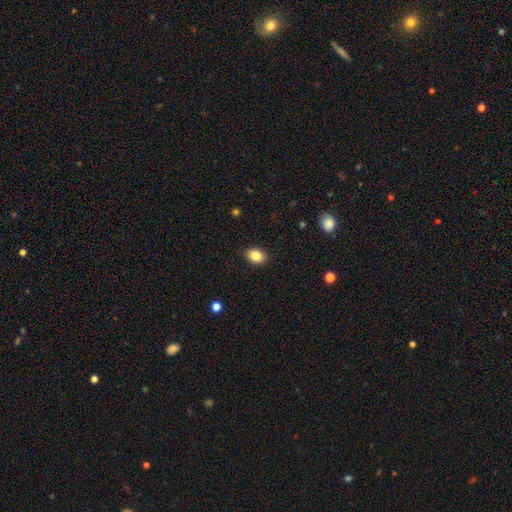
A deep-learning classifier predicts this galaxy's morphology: smooth-or-featured: smooth: 84% | star or artifact: 9% | featured or disk: 7%
  how-rounded: in between: 66% | round: 33% | cigar-shaped: 1%
  merging: none: 90% | minor disturbance: 8% | major disturbance: 2% | merger: 1%